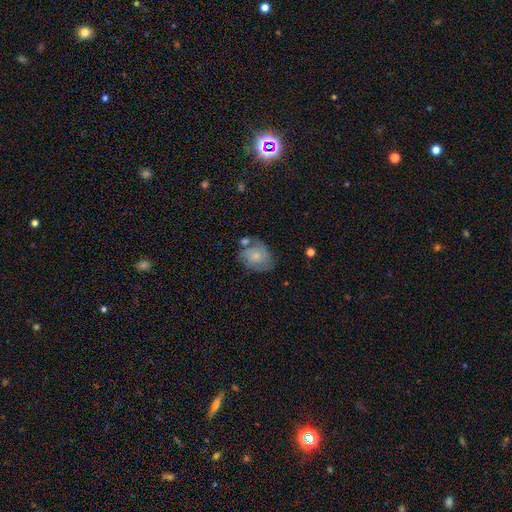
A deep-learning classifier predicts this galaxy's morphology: smooth-or-featured: featured or disk: 47% | smooth: 45% | star or artifact: 8%
  merging: none: 50% | minor disturbance: 26% | merger: 12% | major disturbance: 12%